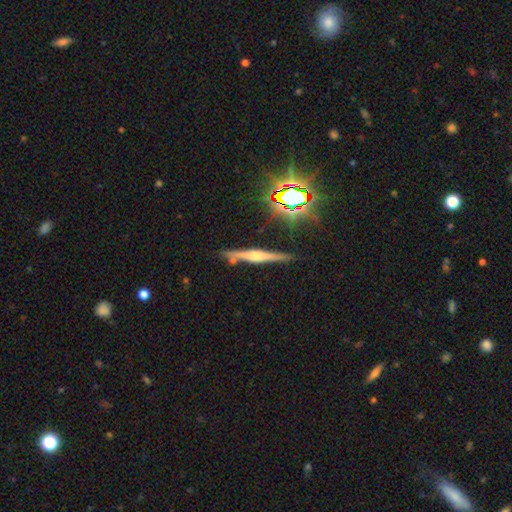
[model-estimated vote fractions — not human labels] Q: Smooth or featured?
A: featured or disk (68%); runner-up: smooth (20%)
Q: Edge-on disk?
A: yes (97%); runner-up: no (3%)
Q: Edge-on bulge?
A: rounded (79%); runner-up: boxy (15%)
Q: Merging?
A: none (83%); runner-up: minor disturbance (11%)